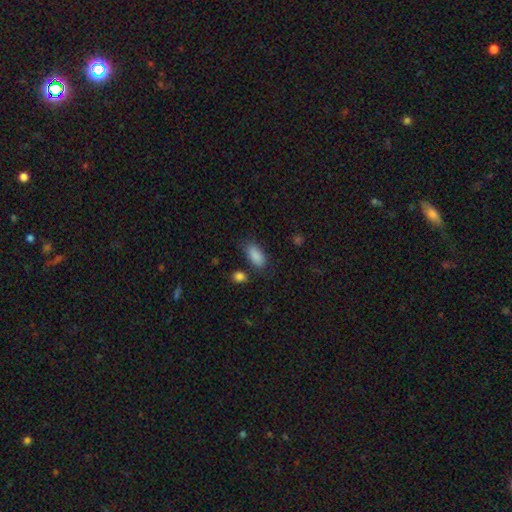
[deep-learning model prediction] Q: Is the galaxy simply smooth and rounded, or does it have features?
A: smooth — 89%.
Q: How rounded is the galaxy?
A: in between — 90%.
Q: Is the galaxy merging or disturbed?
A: none — 74%.